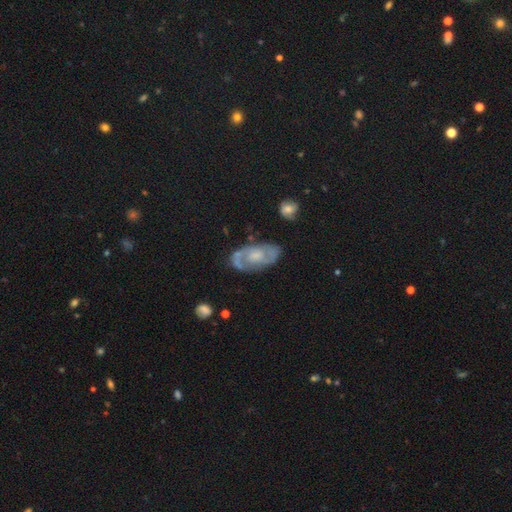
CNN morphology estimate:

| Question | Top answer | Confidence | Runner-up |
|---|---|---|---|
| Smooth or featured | featured or disk | 78% | smooth (16%) |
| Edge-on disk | no | 94% | yes (6%) |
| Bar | no | 64% | weak (31%) |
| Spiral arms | yes | 86% | no (14%) |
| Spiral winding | medium | 46% | tight (37%) |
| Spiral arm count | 2 | 76% | can't tell (14%) |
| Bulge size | moderate | 44% | small (33%) |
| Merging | none | 74% | minor disturbance (17%) |